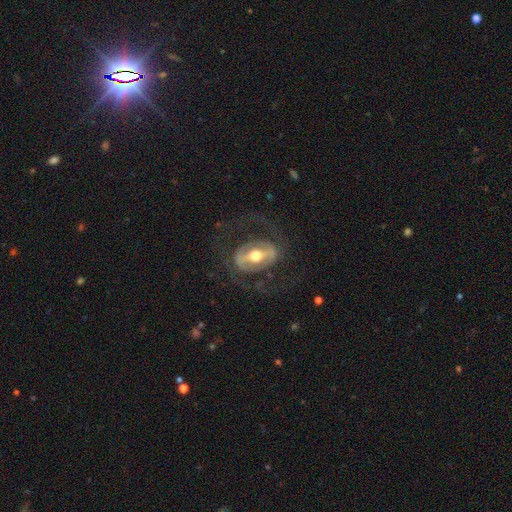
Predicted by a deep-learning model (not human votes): This appears to be a featured or disk galaxy (81%) with a strong bar (62%), spiral arms (63%) and a moderate central bulge (73%). Merging: none (67%).